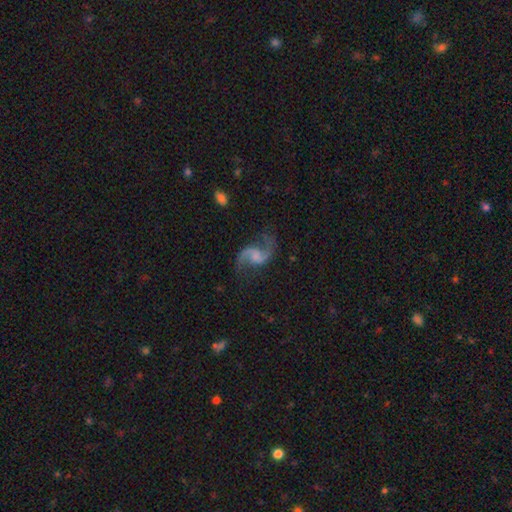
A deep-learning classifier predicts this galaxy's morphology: Smooth or featured? Predicted: featured or disk (p=0.90). Edge-on disk? Predicted: no (p=0.98). Bar? Predicted: no (p=0.52). Spiral arms? Predicted: yes (p=0.97). Spiral winding? Predicted: loose (p=0.74). Spiral arm count? Predicted: 2 (p=0.94). Bulge size? Predicted: none (p=0.36). Merging? Predicted: none (p=0.72).